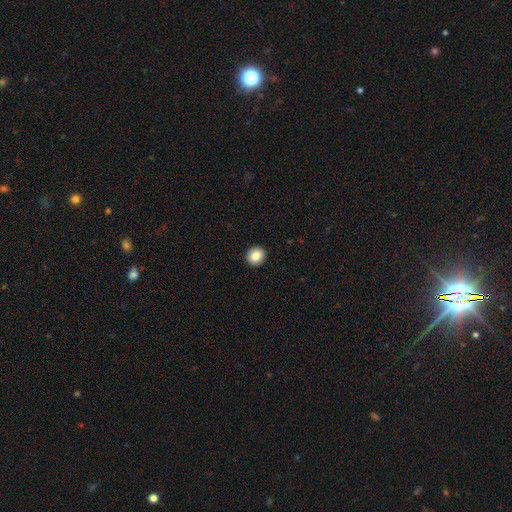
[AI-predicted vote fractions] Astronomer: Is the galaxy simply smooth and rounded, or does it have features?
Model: smooth — 85%.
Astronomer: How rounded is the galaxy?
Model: round — 86%.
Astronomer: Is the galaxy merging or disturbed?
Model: none — 93%.